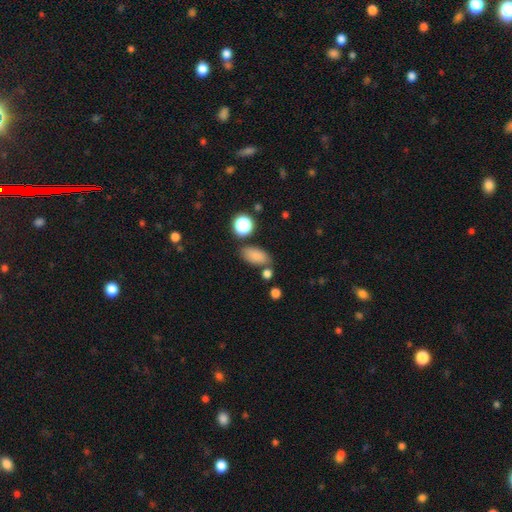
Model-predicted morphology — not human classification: This is clearly a smooth galaxy (82%). How rounded: clearly in between (89%). Merging: likely none (70%).